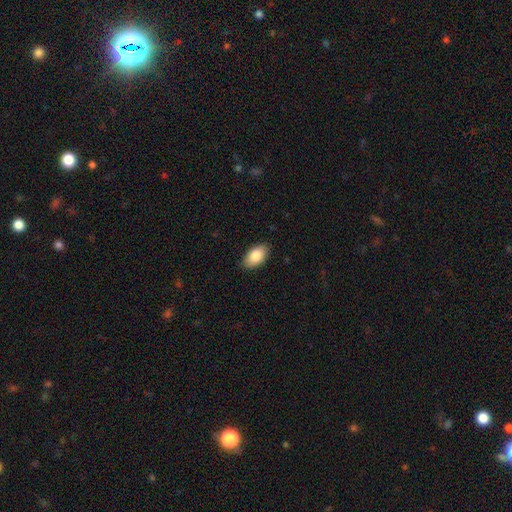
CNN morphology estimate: type=smooth (85%); roundness=in between (93%); merging=none (87%).